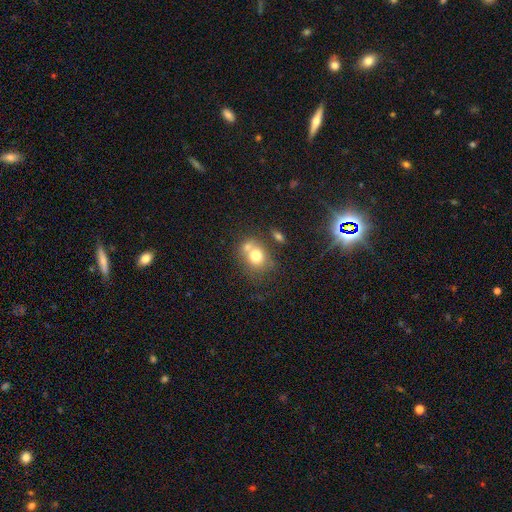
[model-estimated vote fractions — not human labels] Q: Smooth or featured?
A: smooth (73%); runner-up: featured or disk (16%)
Q: How rounded?
A: round (65%); runner-up: in between (34%)
Q: Merging?
A: none (43%); runner-up: merger (38%)